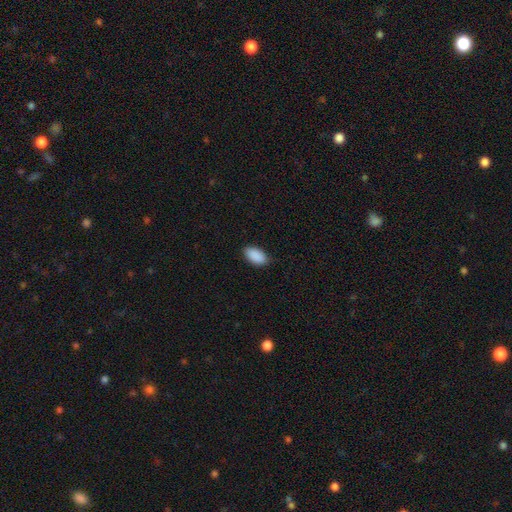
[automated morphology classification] Q: Smooth or featured?
A: smooth (91%); runner-up: star or artifact (7%)
Q: How rounded?
A: in between (94%); runner-up: round (4%)
Q: Merging?
A: none (85%); runner-up: minor disturbance (11%)